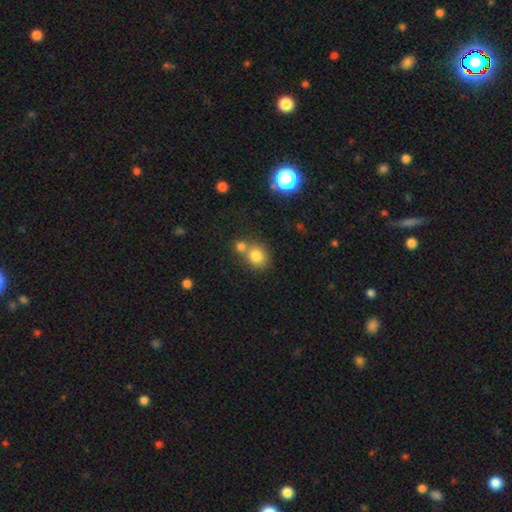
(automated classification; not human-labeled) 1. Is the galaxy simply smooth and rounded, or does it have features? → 79% smooth, 12% star or artifact, 9% featured or disk.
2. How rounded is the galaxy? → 70% round, 29% in between, 1% cigar-shaped.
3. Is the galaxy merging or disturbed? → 46% none, 42% merger, 9% minor disturbance, 3% major disturbance.